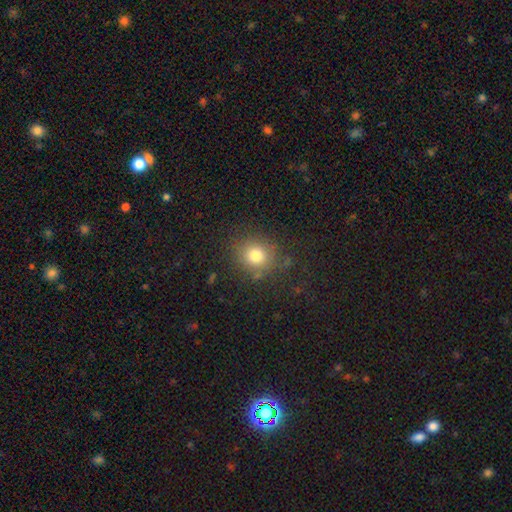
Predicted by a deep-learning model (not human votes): This is likely a smooth galaxy (77%). How rounded: clearly round (82%). Merging: clearly none (81%).